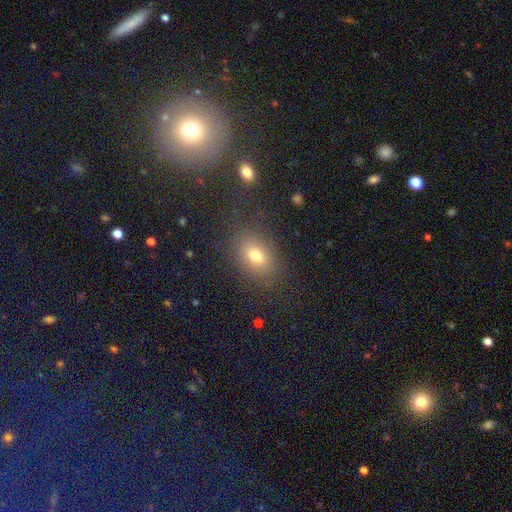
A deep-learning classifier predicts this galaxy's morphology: smooth-or-featured: smooth: 74% | star or artifact: 15% | featured or disk: 12%
  how-rounded: in between: 70% | round: 28% | cigar-shaped: 2%
  merging: none: 81% | minor disturbance: 11% | major disturbance: 6% | merger: 2%